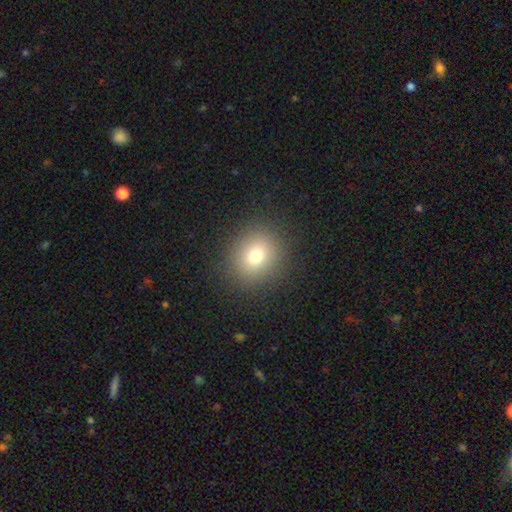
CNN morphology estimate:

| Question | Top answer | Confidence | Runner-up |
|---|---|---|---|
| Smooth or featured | smooth | 76% | star or artifact (14%) |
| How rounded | round | 78% | in between (21%) |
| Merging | none | 90% | minor disturbance (6%) |